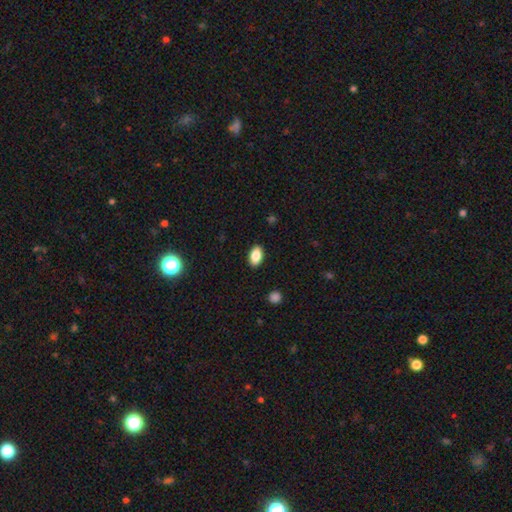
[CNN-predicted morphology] Smooth or featured?
  - smooth: 85% *
  - star or artifact: 8%
  - featured or disk: 7%
How rounded?
  - in between: 92% *
  - round: 6%
  - cigar-shaped: 3%
Merging?
  - none: 89% *
  - minor disturbance: 8%
  - major disturbance: 2%
  - merger: 1%